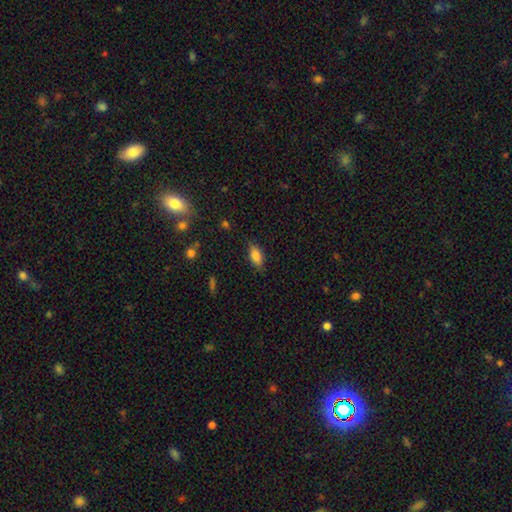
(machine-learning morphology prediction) This appears to be a smooth galaxy with no disk features (82%) that is in between round and cigar-shaped (85%). Merging: none (77%).